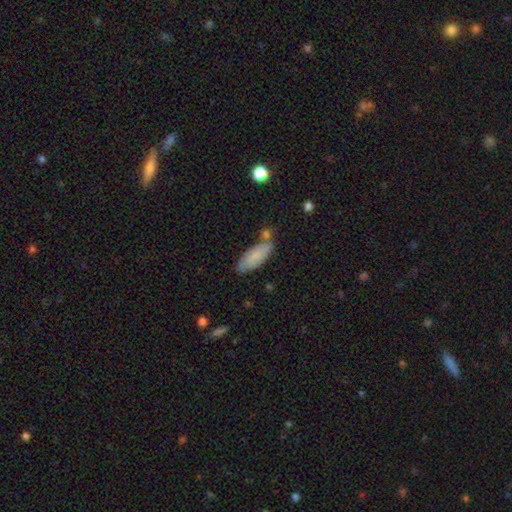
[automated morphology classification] smooth-or-featured: smooth: 78% | featured or disk: 15% | star or artifact: 7%
  how-rounded: in between: 69% | cigar-shaped: 30% | round: 2%
  merging: none: 61% | minor disturbance: 21% | merger: 13% | major disturbance: 5%